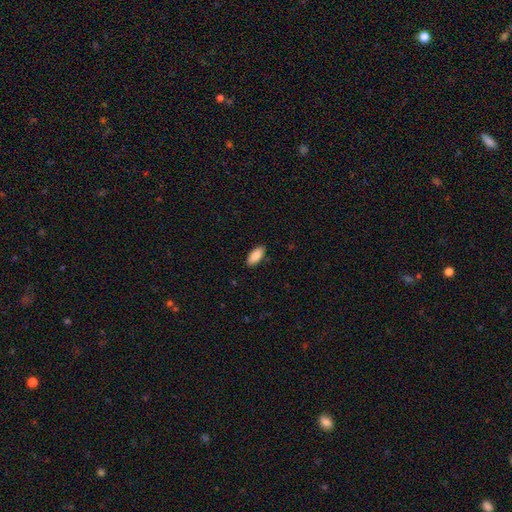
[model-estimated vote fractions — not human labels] Q: Smooth or featured?
A: smooth (88%); runner-up: star or artifact (6%)
Q: How rounded?
A: in between (88%); runner-up: cigar-shaped (10%)
Q: Merging?
A: none (89%); runner-up: minor disturbance (9%)